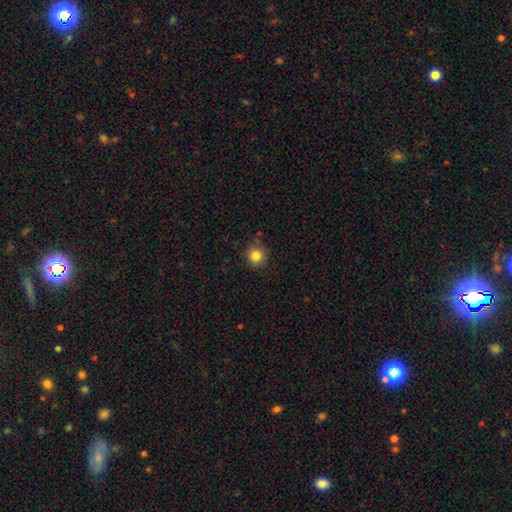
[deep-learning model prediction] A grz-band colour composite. It shows a smooth galaxy with no disk features (83%) that is round (93%). Merging: none (87%).